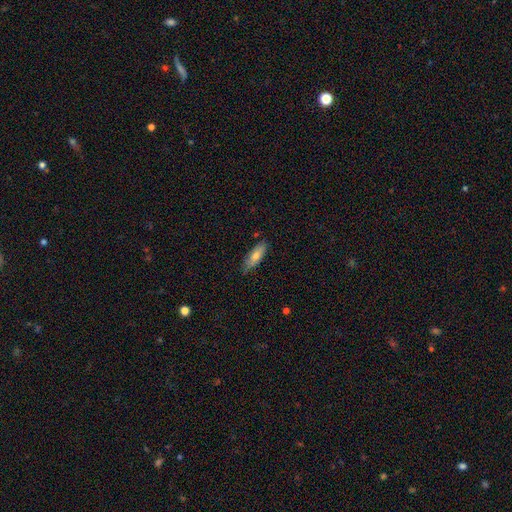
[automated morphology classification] A smooth galaxy with no disk features (75%) that is in between round and cigar-shaped (57%). Merging: none (76%).